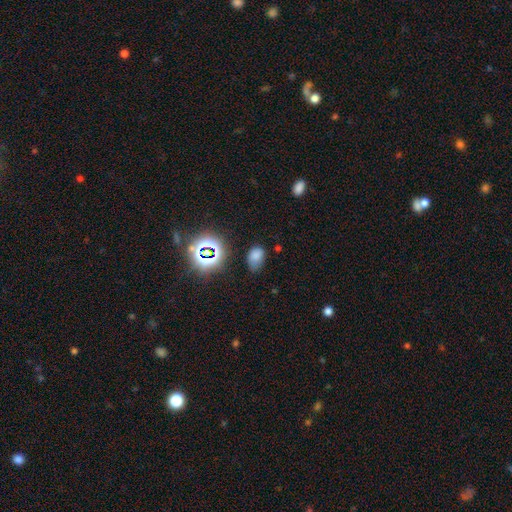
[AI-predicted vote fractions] Smooth or featured? Predicted: smooth (p=0.69). How rounded? Predicted: in between (p=0.81). Merging? Predicted: none (p=0.58).